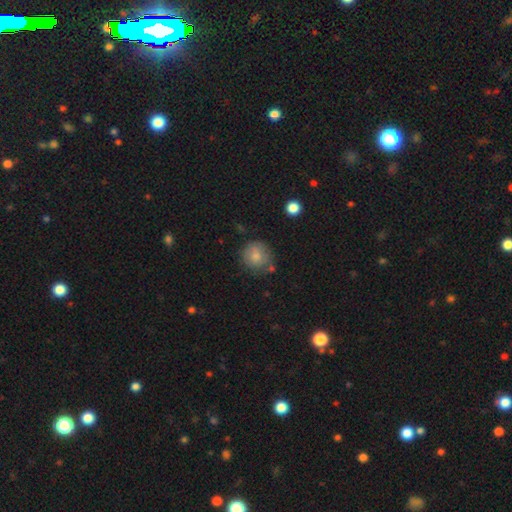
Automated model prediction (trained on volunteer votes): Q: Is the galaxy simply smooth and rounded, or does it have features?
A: smooth — 79%.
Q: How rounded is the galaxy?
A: round — 89%.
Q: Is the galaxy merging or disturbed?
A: none — 67%.